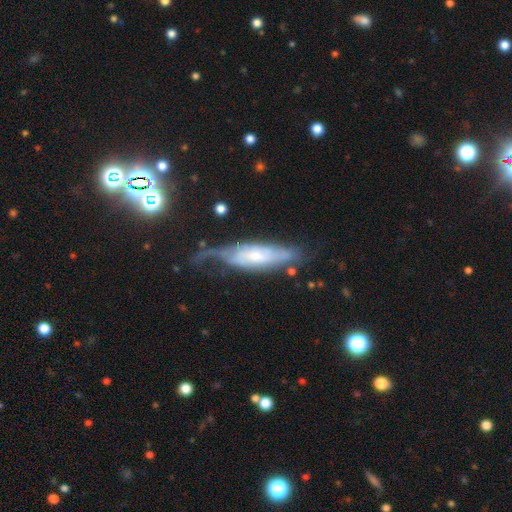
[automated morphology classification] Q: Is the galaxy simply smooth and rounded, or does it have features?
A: featured or disk — 62%.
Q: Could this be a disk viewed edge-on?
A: no — 64%.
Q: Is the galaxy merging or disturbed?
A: none — 38%.